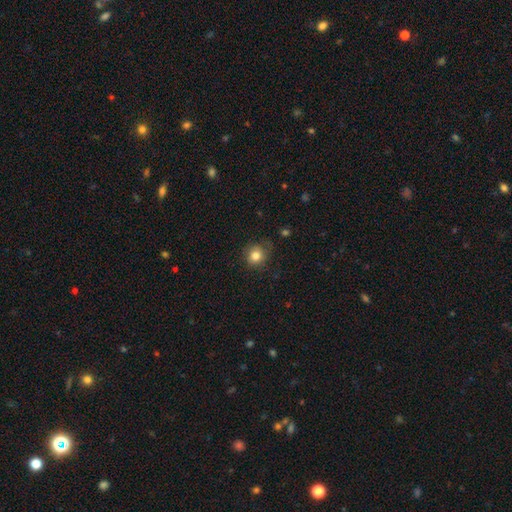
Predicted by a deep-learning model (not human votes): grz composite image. It shows a smooth galaxy with no disk features (81%) that is round (84%). Merging: none (72%).